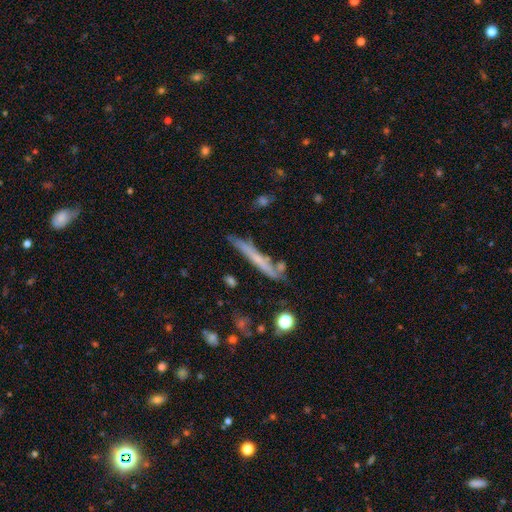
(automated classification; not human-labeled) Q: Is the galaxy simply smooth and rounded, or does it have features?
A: featured or disk — 45%.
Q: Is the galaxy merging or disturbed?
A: none — 77%.